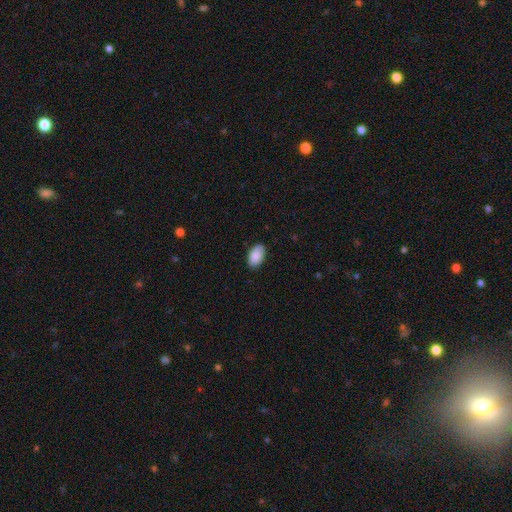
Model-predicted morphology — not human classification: A smooth galaxy with no disk features (90%) that is in between round and cigar-shaped (94%). Merging: none (86%).